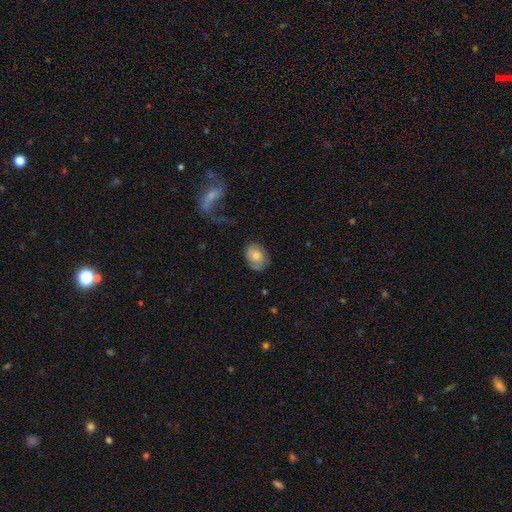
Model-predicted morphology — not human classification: smooth_or_featured: smooth (p=0.58) [alt: featured or disk p=0.35]
how_rounded: in between (p=0.69) [alt: round p=0.30]
merging: none (p=0.69) [alt: minor disturbance p=0.21]